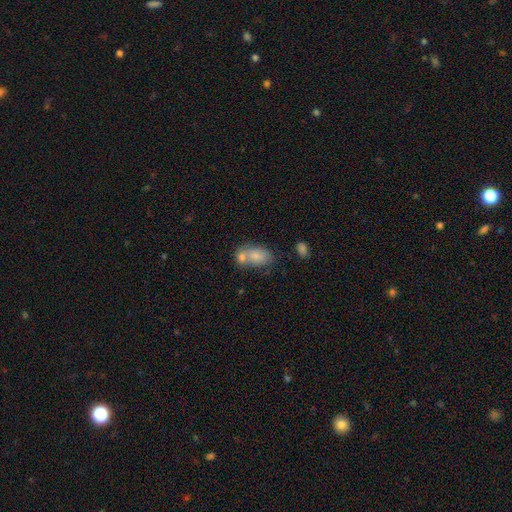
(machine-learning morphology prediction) Q: Smooth or featured?
A: smooth (77%); runner-up: featured or disk (15%)
Q: How rounded?
A: in between (84%); runner-up: round (14%)
Q: Merging?
A: merger (50%); runner-up: none (33%)